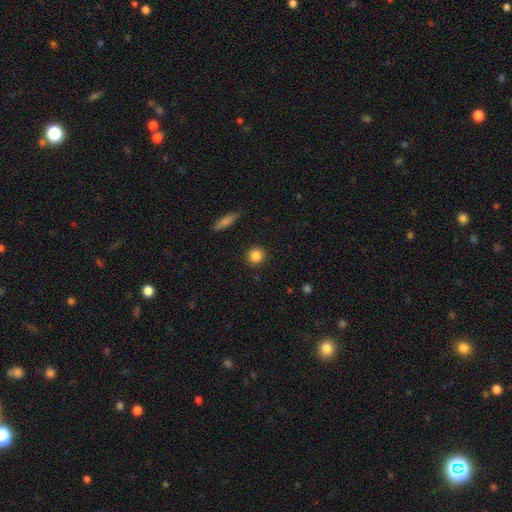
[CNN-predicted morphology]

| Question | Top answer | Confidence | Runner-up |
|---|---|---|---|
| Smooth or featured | smooth | 85% | star or artifact (10%) |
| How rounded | round | 92% | in between (7%) |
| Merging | none | 92% | minor disturbance (5%) |